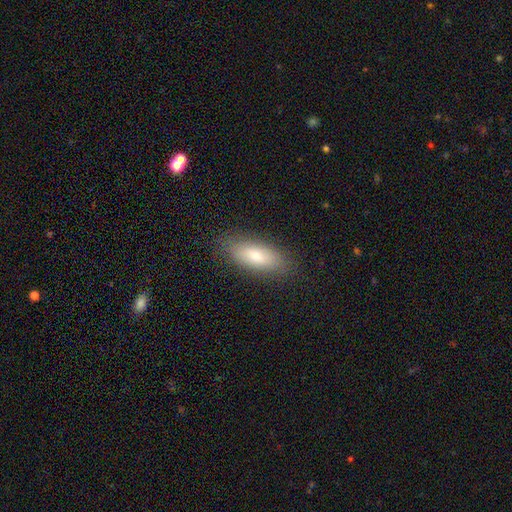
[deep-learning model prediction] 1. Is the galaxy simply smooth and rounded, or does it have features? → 77% smooth, 15% featured or disk, 7% star or artifact.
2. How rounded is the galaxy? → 74% in between, 24% cigar-shaped, 2% round.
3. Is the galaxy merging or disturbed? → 85% none, 11% minor disturbance, 3% major disturbance, 1% merger.